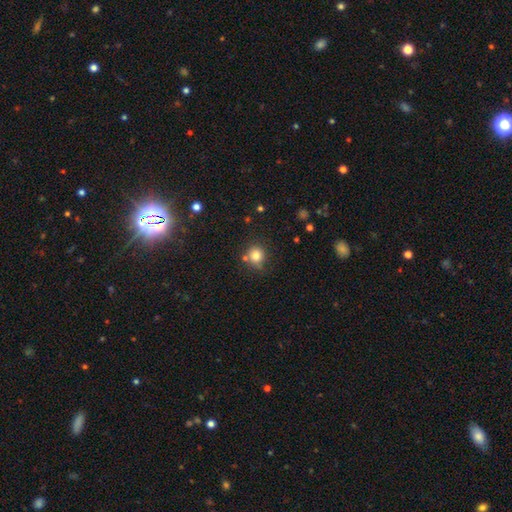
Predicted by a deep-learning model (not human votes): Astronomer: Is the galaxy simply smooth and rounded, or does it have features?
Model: smooth — 81%.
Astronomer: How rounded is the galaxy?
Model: round — 87%.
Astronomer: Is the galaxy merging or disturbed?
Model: none — 73%.